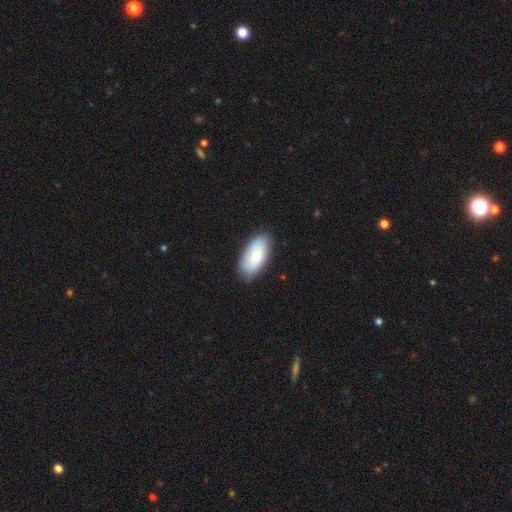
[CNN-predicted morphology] smooth_or_featured: smooth (p=0.72) [alt: featured or disk p=0.22]
how_rounded: in between (p=0.93) [alt: cigar-shaped p=0.04]
merging: none (p=0.77) [alt: minor disturbance p=0.18]